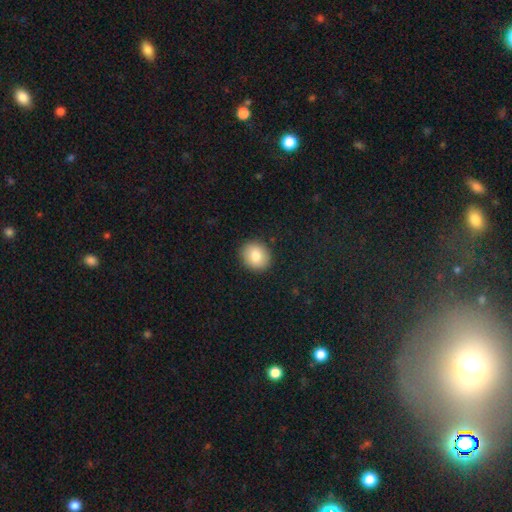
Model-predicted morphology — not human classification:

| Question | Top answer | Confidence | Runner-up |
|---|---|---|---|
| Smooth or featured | smooth | 83% | featured or disk (9%) |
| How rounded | round | 71% | in between (28%) |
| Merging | none | 89% | minor disturbance (7%) |